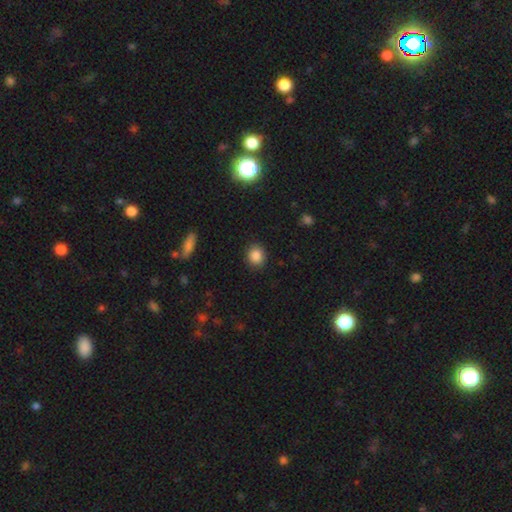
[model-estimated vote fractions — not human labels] smooth-or-featured: smooth: 86% | star or artifact: 10% | featured or disk: 4%
  how-rounded: round: 72% | in between: 27% | cigar-shaped: 1%
  merging: none: 89% | minor disturbance: 8% | major disturbance: 2% | merger: 1%